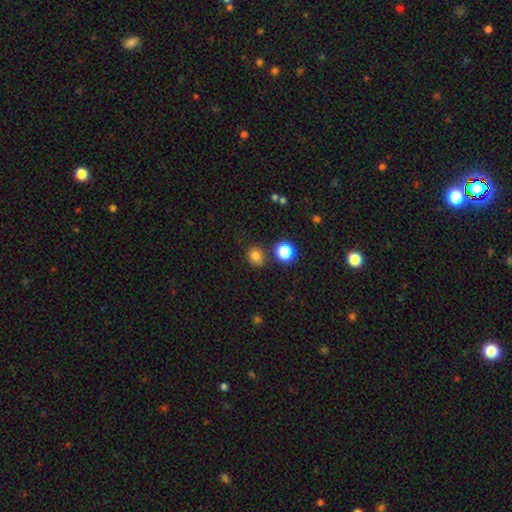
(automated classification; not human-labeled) Overall: smooth (78%). How rounded: round (79%). Merging: none (79%).